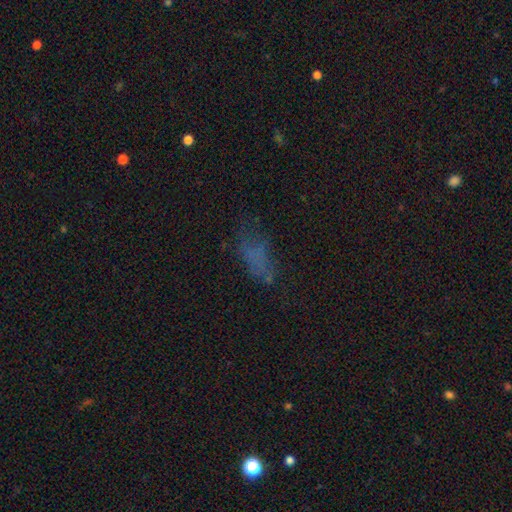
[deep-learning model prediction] Q: Smooth or featured?
A: smooth (54%); runner-up: featured or disk (24%)
Q: How rounded?
A: in between (79%); runner-up: cigar-shaped (15%)
Q: Merging?
A: none (49%); runner-up: minor disturbance (23%)